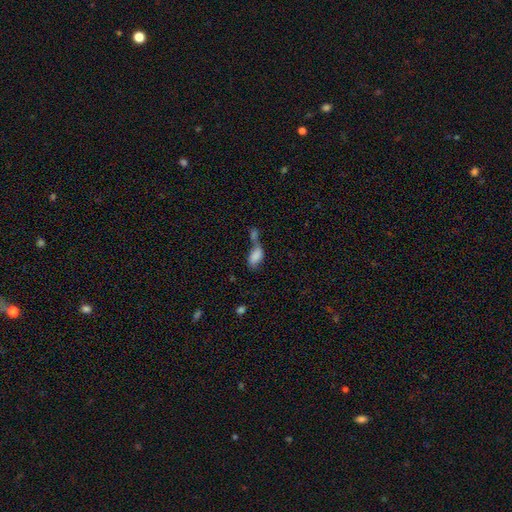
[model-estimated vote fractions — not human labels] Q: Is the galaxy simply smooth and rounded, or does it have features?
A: smooth — 79%.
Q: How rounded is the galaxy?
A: in between — 90%.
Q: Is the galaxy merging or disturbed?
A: merger — 59%.